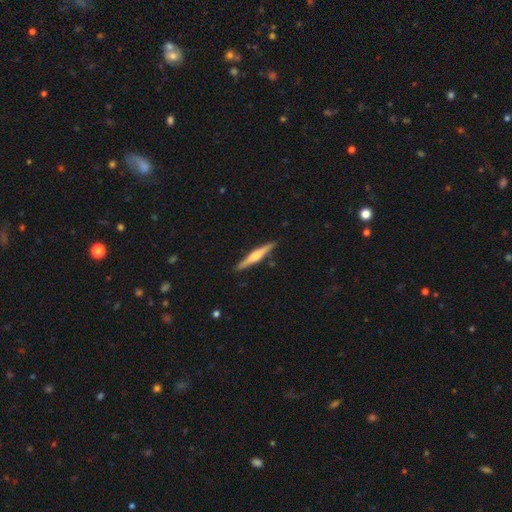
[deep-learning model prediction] smooth_or_featured: featured or disk (p=0.62) [alt: smooth p=0.33]
disk_edge_on: yes (p=0.98) [alt: no p=0.02]
edge_on_bulge: rounded (p=0.74) [alt: boxy p=0.16]
merging: none (p=0.90) [alt: minor disturbance p=0.07]